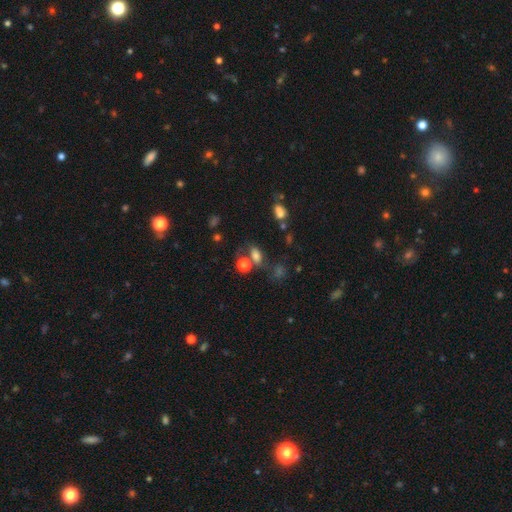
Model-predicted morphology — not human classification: This is likely a smooth galaxy (74%). How rounded: likely in between (76%). Merging: possibly none (55%).